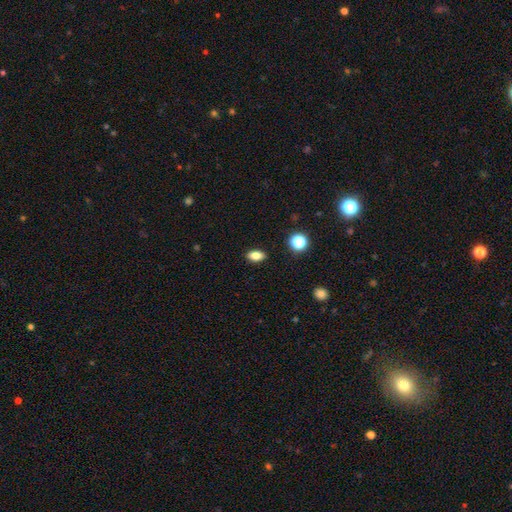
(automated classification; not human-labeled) Smooth or featured? Predicted: smooth (p=0.79). How rounded? Predicted: in between (p=0.84). Merging? Predicted: none (p=0.89).